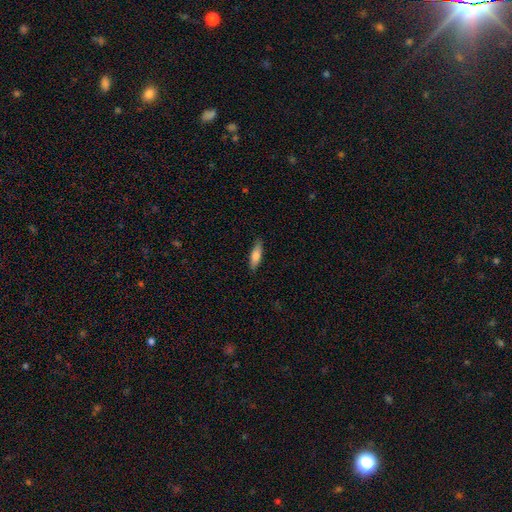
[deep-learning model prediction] Smooth or featured?
  - smooth: 76% *
  - featured or disk: 18%
  - star or artifact: 6%
How rounded?
  - cigar-shaped: 53% *
  - in between: 45%
  - round: 2%
Merging?
  - none: 86% *
  - minor disturbance: 11%
  - major disturbance: 2%
  - merger: 1%